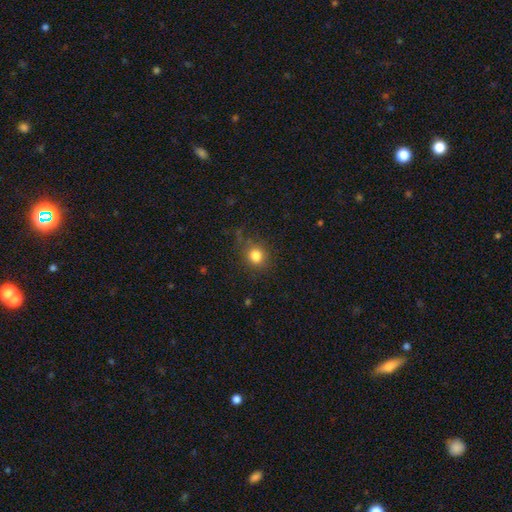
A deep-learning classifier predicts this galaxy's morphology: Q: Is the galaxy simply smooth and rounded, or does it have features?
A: smooth — 82%.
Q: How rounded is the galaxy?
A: round — 83%.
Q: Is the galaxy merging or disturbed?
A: none — 80%.